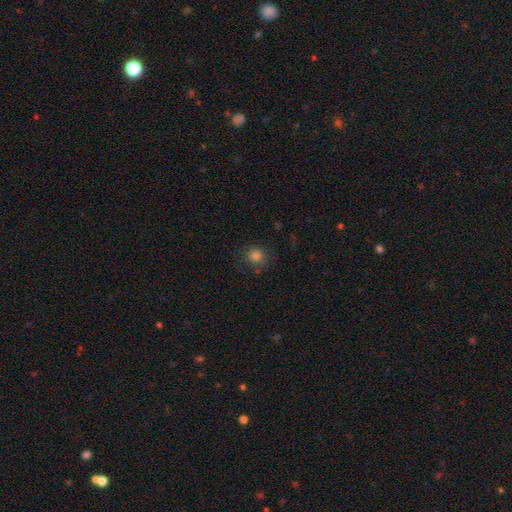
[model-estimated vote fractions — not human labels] smooth-or-featured: smooth: 80% | star or artifact: 14% | featured or disk: 6%
  how-rounded: round: 78% | in between: 21% | cigar-shaped: 1%
  merging: none: 79% | minor disturbance: 14% | major disturbance: 4% | merger: 2%